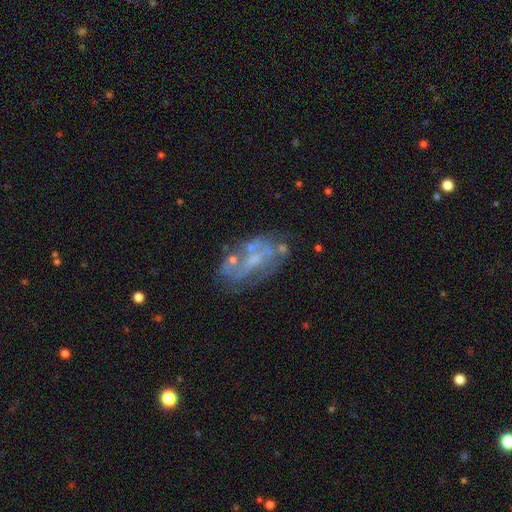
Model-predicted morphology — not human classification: Smooth or featured? Predicted: featured or disk (p=0.67). Edge-on disk? Predicted: no (p=0.94). Bar? Predicted: no (p=0.61). Spiral arms? Predicted: no (p=0.55). Bulge size? Predicted: small (p=0.52). Merging? Predicted: none (p=0.61).